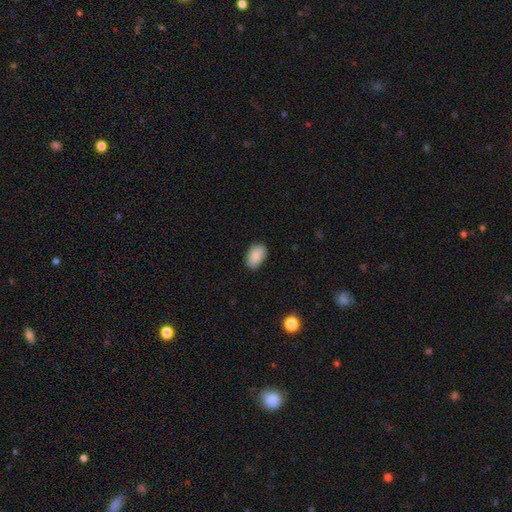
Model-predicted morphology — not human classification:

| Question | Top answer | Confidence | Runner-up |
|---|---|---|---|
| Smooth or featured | smooth | 88% | star or artifact (7%) |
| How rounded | in between | 90% | round (9%) |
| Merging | none | 83% | minor disturbance (13%) |